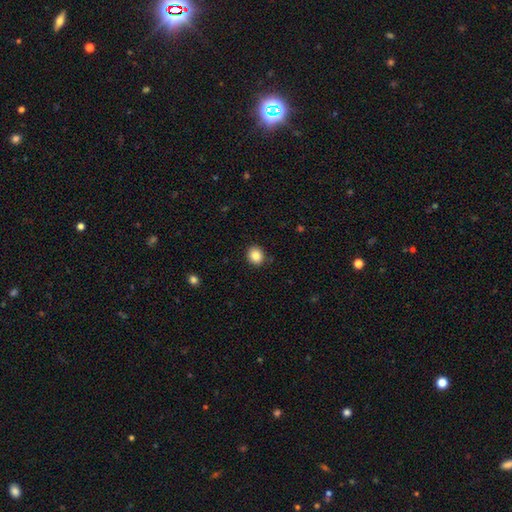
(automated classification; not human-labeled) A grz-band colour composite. It shows a smooth galaxy with no disk features (87%) that is round (69%). Merging: none (89%).